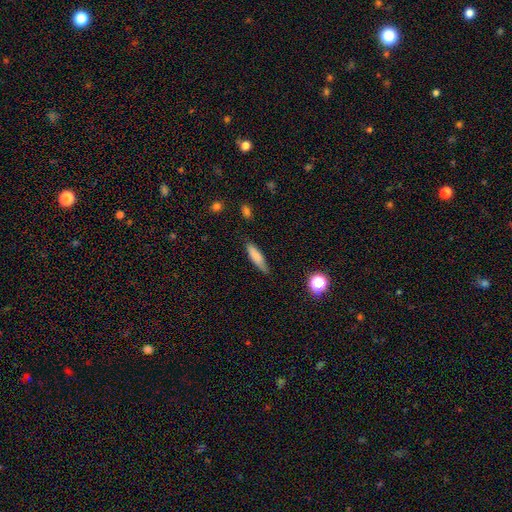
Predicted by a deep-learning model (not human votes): This appears to be a smooth galaxy with no disk features (80%) that is cigar-shaped (67%). Merging: none (70%).